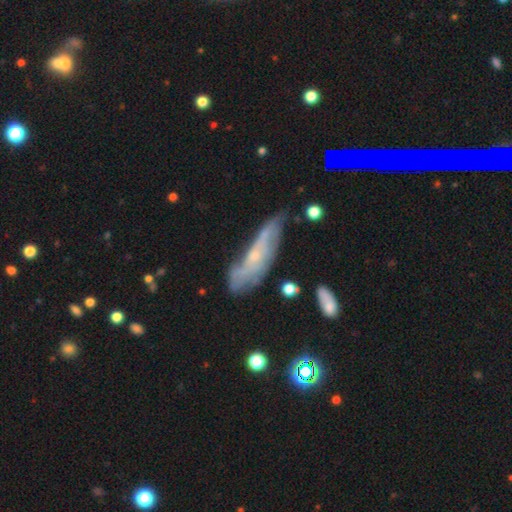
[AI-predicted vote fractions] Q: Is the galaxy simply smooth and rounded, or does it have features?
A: featured or disk — 57%.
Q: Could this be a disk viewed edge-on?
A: no — 65%.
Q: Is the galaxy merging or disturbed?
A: none — 46%.